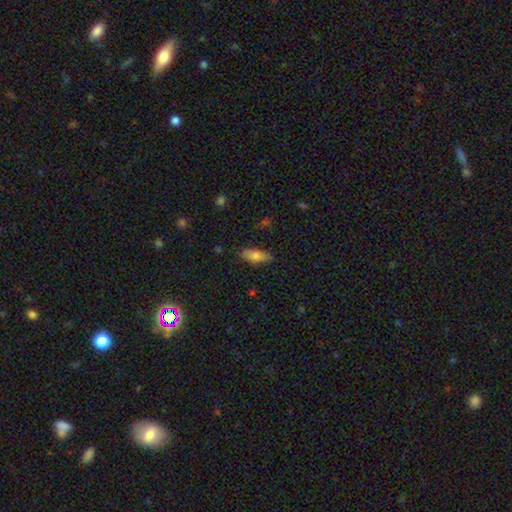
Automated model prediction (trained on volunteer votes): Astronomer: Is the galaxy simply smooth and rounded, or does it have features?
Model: smooth — 75%.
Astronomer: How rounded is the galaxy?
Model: in between — 76%.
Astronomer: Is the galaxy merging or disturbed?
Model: none — 79%.